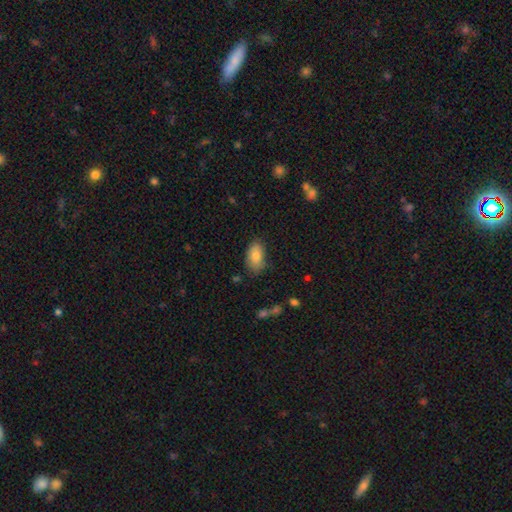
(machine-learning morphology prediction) smooth 80%, featured or disk 12%, star or artifact 7%. Down the decision tree: how rounded — in between (91%); merging — none (75%).